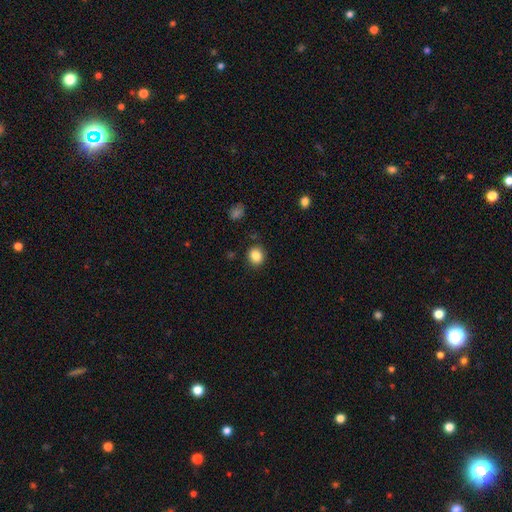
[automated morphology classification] type=smooth (86%); roundness=round (76%); merging=none (87%).